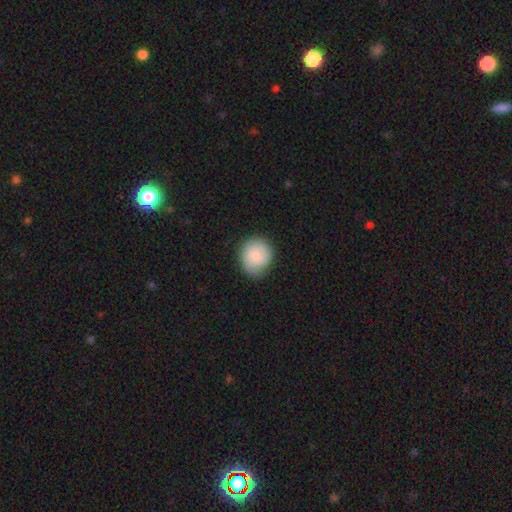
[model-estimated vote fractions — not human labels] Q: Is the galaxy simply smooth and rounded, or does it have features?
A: smooth — 77%.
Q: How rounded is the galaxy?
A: round — 79%.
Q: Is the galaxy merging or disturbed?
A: none — 71%.